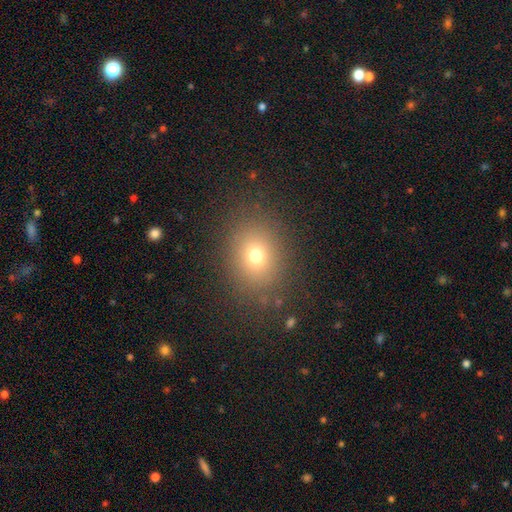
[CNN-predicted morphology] This appears to be a smooth galaxy with no disk features (72%) that is round (56%). Merging: none (85%).